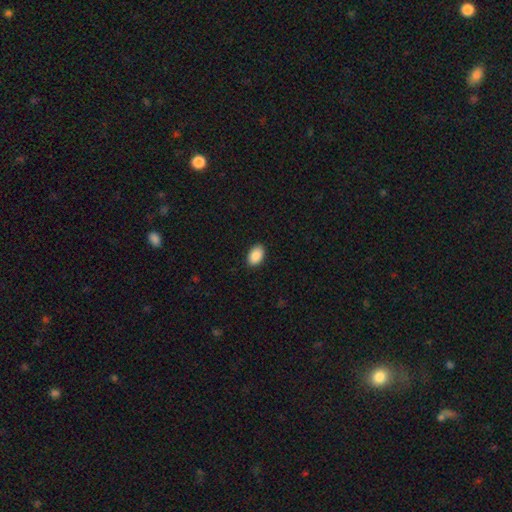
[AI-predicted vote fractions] This appears to be a smooth galaxy with no disk features (90%) that is in between round and cigar-shaped (92%). Merging: none (90%).